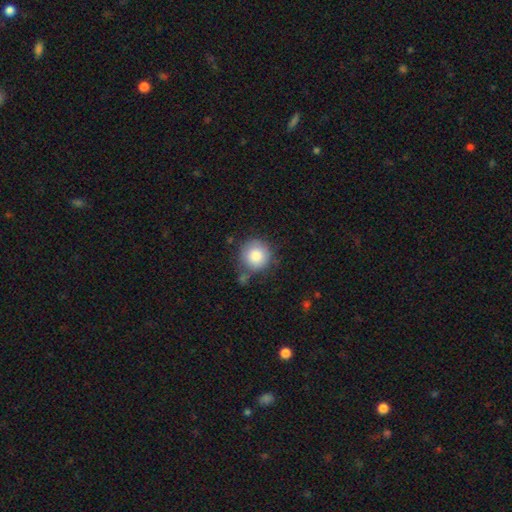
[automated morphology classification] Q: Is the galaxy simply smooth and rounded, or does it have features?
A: smooth — 85%.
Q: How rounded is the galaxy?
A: round — 93%.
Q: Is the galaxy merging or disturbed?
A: none — 71%.